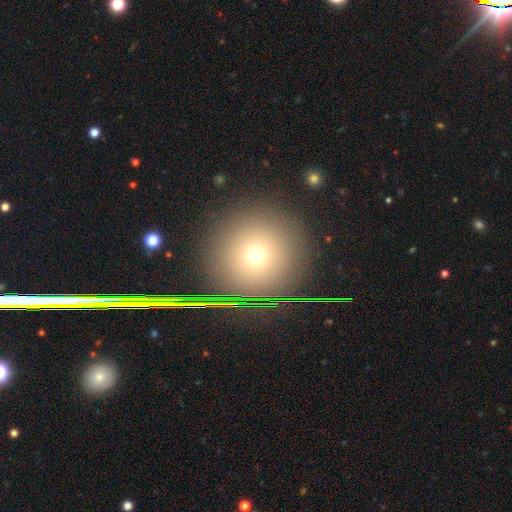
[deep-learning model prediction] Smooth or featured?
  - smooth: 66% *
  - star or artifact: 24%
  - featured or disk: 10%
How rounded?
  - round: 91% *
  - in between: 8%
  - cigar-shaped: 1%
Merging?
  - none: 88% *
  - minor disturbance: 6%
  - major disturbance: 3%
  - merger: 3%